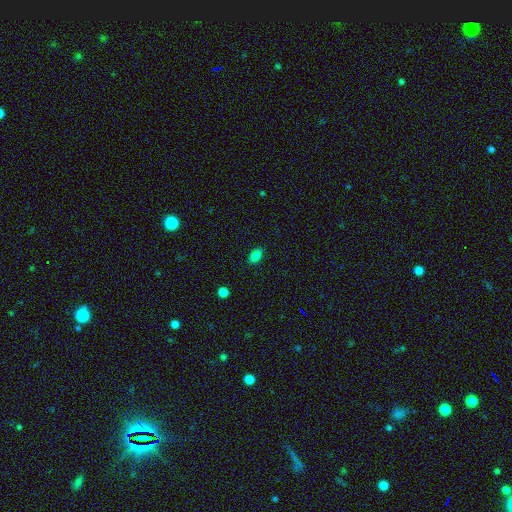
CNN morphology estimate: smooth_or_featured: smooth (p=0.84) [alt: star or artifact p=0.12]
how_rounded: in between (p=0.89) [alt: round p=0.09]
merging: none (p=0.86) [alt: minor disturbance p=0.10]